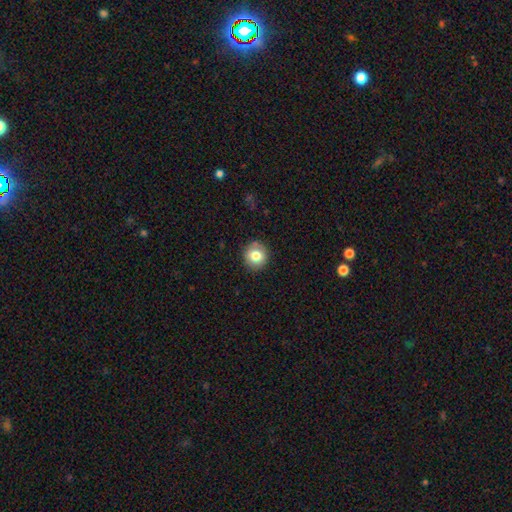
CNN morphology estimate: Smooth or featured? Predicted: smooth (p=0.80). How rounded? Predicted: round (p=0.92). Merging? Predicted: none (p=0.88).